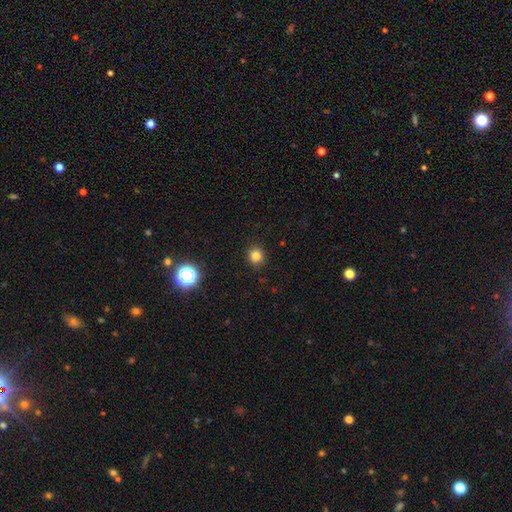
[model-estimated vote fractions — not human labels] This appears to be a smooth galaxy with no disk features (81%) that is round (90%). Merging: none (91%).